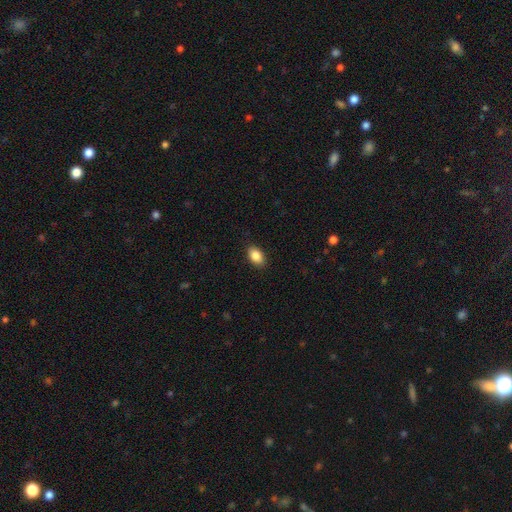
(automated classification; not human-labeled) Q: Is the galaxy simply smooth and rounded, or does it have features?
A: smooth — 87%.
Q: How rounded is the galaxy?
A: in between — 89%.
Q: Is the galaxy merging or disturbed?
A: none — 88%.